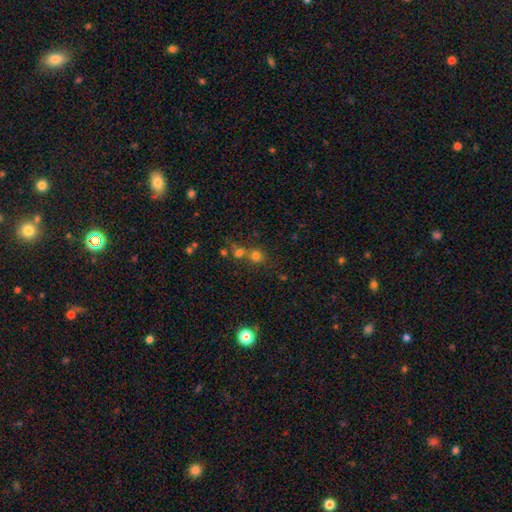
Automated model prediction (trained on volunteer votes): This appears to be a smooth galaxy with no disk features (69%) that is round (85%). Merging: none (51%).